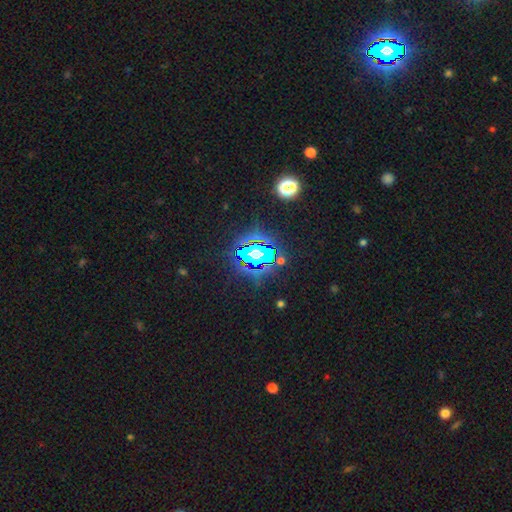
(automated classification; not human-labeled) Smooth or featured? star or artifact (75%)